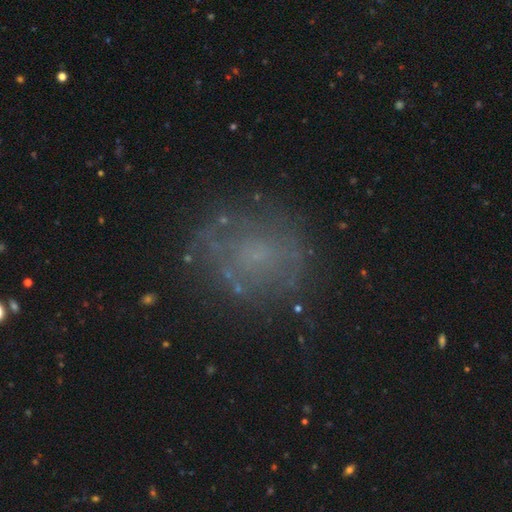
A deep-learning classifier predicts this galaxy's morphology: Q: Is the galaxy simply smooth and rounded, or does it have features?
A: featured or disk — 47%.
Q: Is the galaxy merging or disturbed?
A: none — 72%.